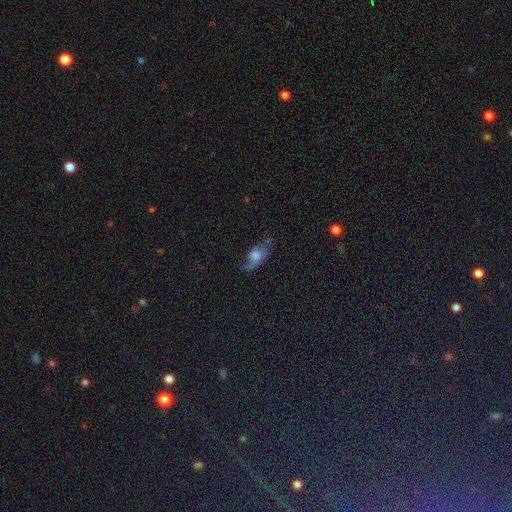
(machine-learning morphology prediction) smooth 47%, featured or disk 41%, star or artifact 12%. Down the decision tree: merging — none (49%).